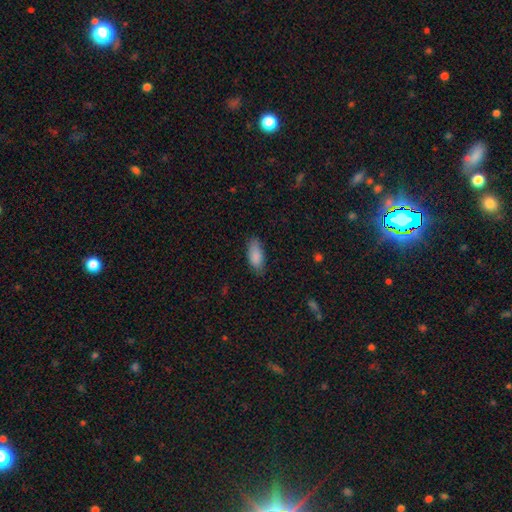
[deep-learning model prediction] This appears to be a smooth galaxy with no disk features (88%) that is in between round and cigar-shaped (87%). Merging: none (78%).